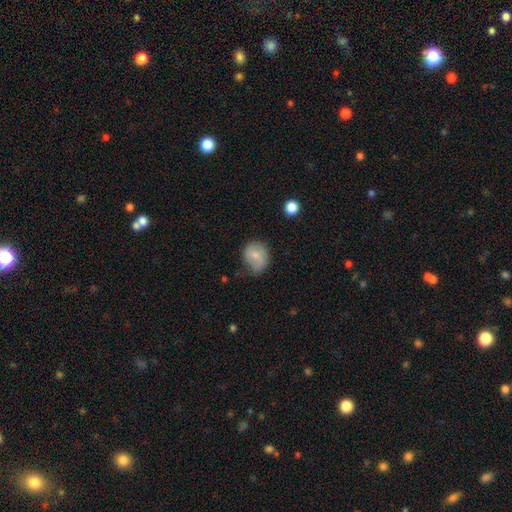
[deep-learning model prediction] smooth 69%, featured or disk 23%, star or artifact 8%. Down the decision tree: how rounded — round (62%); merging — none (54%).